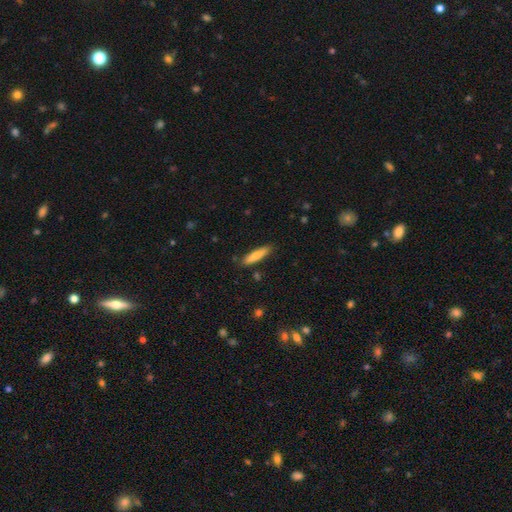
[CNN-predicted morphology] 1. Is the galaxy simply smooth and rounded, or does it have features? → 80% smooth, 14% featured or disk, 6% star or artifact.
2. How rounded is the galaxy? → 80% cigar-shaped, 18% in between, 1% round.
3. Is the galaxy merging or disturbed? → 85% none, 11% minor disturbance, 2% major disturbance, 2% merger.